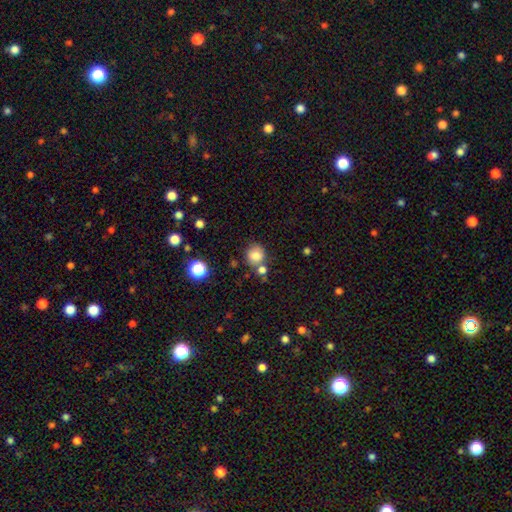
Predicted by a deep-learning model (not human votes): Smooth or featured? smooth (82%)
How rounded? round (84%)
Merging? none (64%)